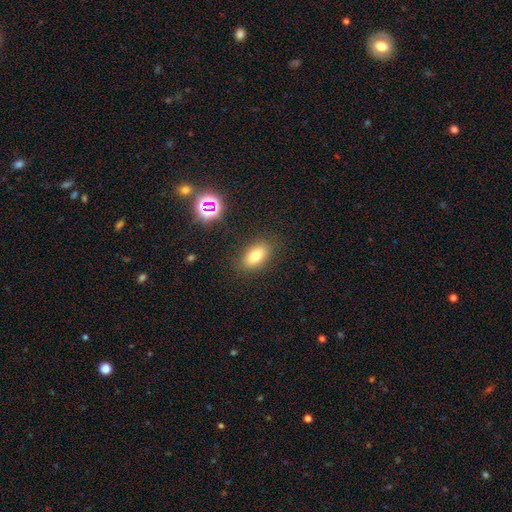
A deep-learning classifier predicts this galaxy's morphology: Smooth or featured? Predicted: smooth (p=0.76). How rounded? Predicted: in between (p=0.88). Merging? Predicted: none (p=0.85).